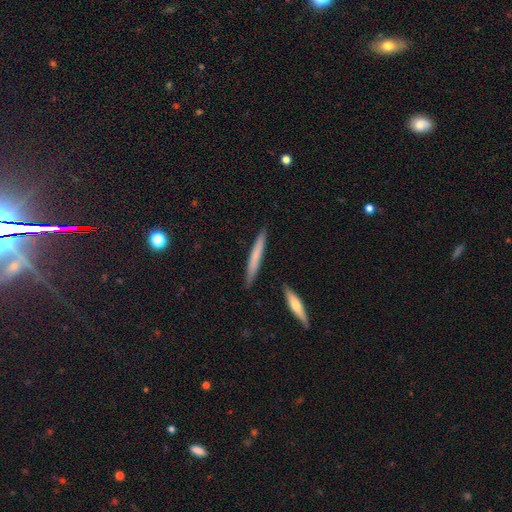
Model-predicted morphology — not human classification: The model was most divided on "smooth or featured": smooth: 65%, featured or disk: 30%, star or artifact: 6%. More confident: how rounded — cigar-shaped (96%); merging — none (89%).